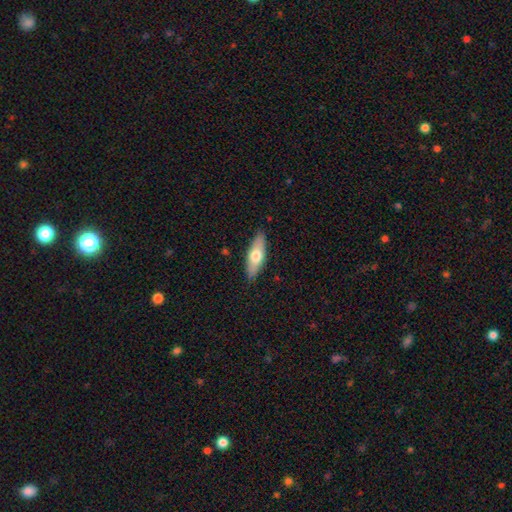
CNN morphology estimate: Smooth or featured? smooth (62%)
How rounded? in between (60%)
Merging? none (87%)